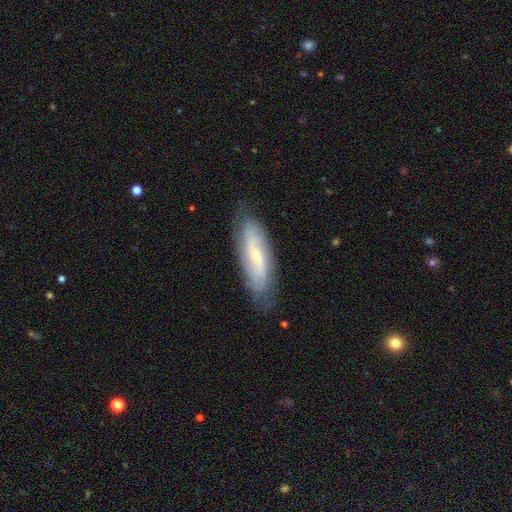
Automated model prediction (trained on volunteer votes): A featured or disk galaxy (67%) with no bar (52%), spiral arms (84%) and a small central bulge (73%).

Vote fractions:
- Smooth or featured? featured or disk: 67% / smooth: 26% / star or artifact: 7%
- Edge-on disk? no: 78% / yes: 22%
- Bar? no: 52% / weak: 34% / strong: 14%
- Spiral arms? yes: 84% / no: 16%
- Bulge size? small: 73% / moderate: 23% / none: 2% / large: 1% / dominant: 1%
- Merging? none: 78% / minor disturbance: 16% / major disturbance: 4% / merger: 1%